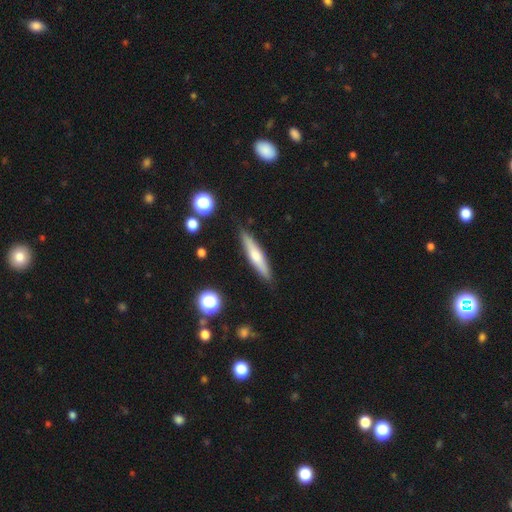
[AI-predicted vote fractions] Q: Smooth or featured?
A: smooth (53%); runner-up: featured or disk (41%)
Q: How rounded?
A: cigar-shaped (86%); runner-up: in between (12%)
Q: Merging?
A: none (88%); runner-up: minor disturbance (8%)